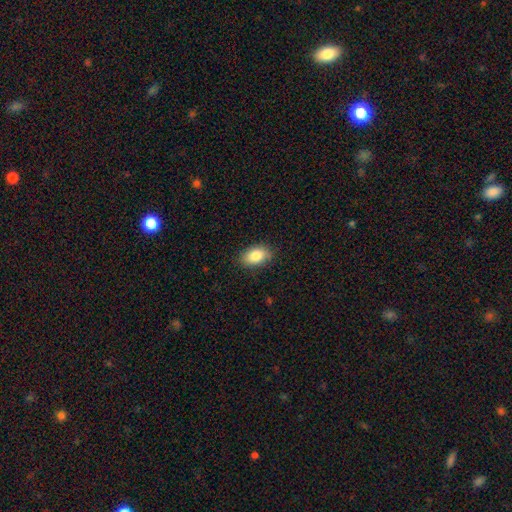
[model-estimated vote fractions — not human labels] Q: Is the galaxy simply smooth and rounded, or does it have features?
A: smooth — 85%.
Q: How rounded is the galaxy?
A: in between — 90%.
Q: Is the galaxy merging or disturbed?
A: none — 86%.